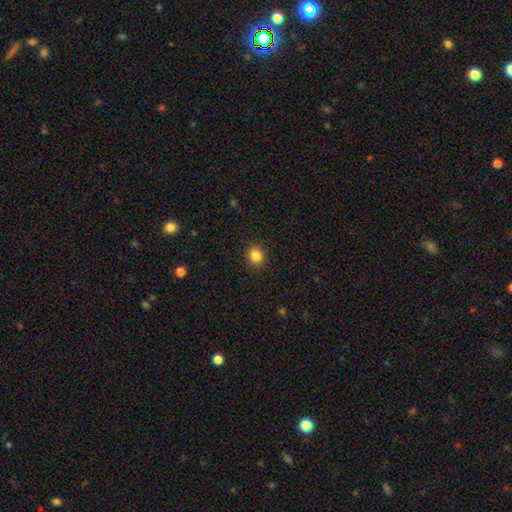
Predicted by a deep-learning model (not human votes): The model was most divided on "how rounded": round: 82%, in between: 17%, cigar-shaped: 1%. More confident: merging — none (90%); smooth or featured — smooth (85%).